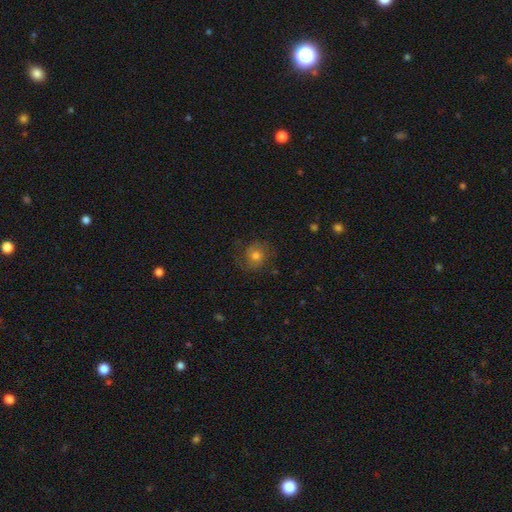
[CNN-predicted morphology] smooth-or-featured: smooth: 54% | featured or disk: 34% | star or artifact: 11%
  how-rounded: round: 80% | in between: 19% | cigar-shaped: 1%
  merging: none: 69% | minor disturbance: 18% | major disturbance: 12% | merger: 1%